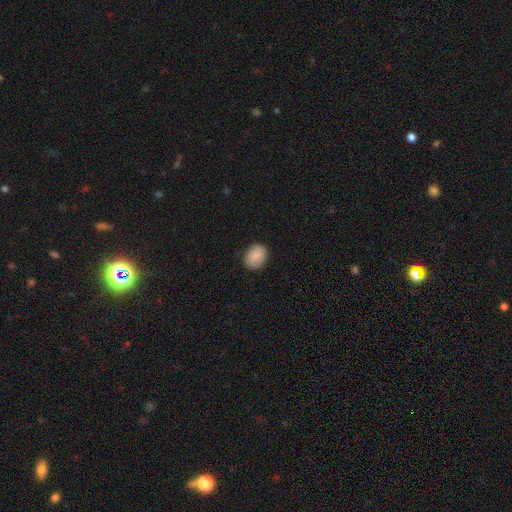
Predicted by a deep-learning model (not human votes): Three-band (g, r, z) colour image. It shows a smooth galaxy with no disk features (84%) that is in between round and cigar-shaped (53%). Merging: none (86%).